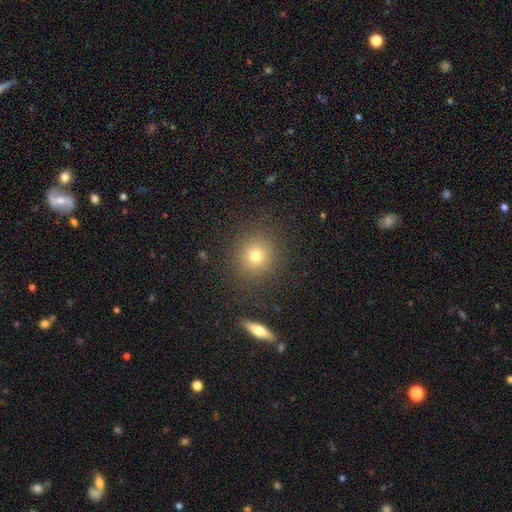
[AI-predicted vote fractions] Overall: smooth (75%). How rounded: round (91%). Merging: none (87%).